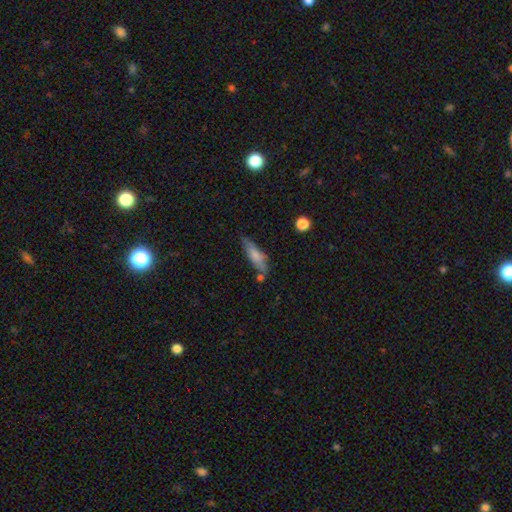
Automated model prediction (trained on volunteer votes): Overall: smooth (72%). How rounded: cigar-shaped (59%; in between 39%). Merging: none (64%).